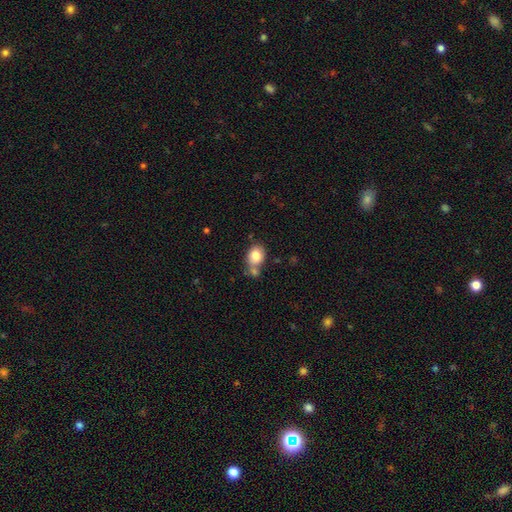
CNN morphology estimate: This is clearly a smooth galaxy (80%). How rounded: possibly in between (53%). Merging: possibly none (52%).